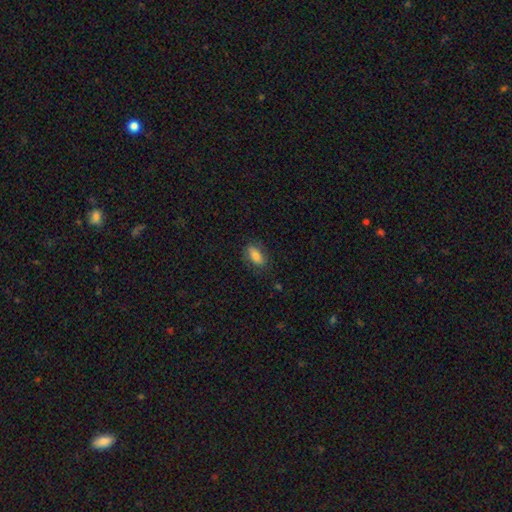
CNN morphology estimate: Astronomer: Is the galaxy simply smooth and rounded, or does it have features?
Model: smooth — 76%.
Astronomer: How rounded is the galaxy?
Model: in between — 84%.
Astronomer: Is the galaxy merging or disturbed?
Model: none — 79%.